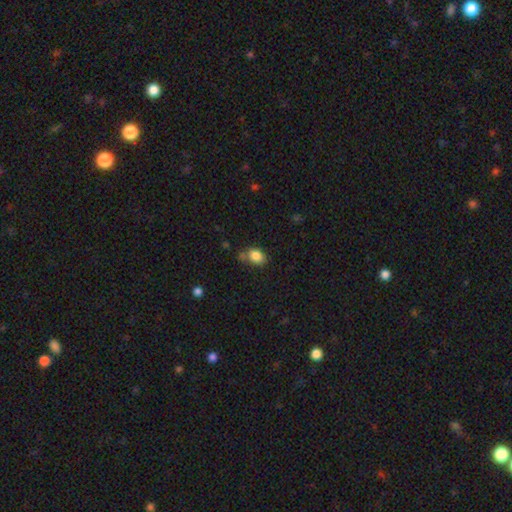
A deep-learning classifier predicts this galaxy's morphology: smooth-or-featured: smooth: 84% | star or artifact: 10% | featured or disk: 6%
  how-rounded: in between: 68% | round: 31% | cigar-shaped: 1%
  merging: none: 63% | minor disturbance: 20% | merger: 12% | major disturbance: 5%